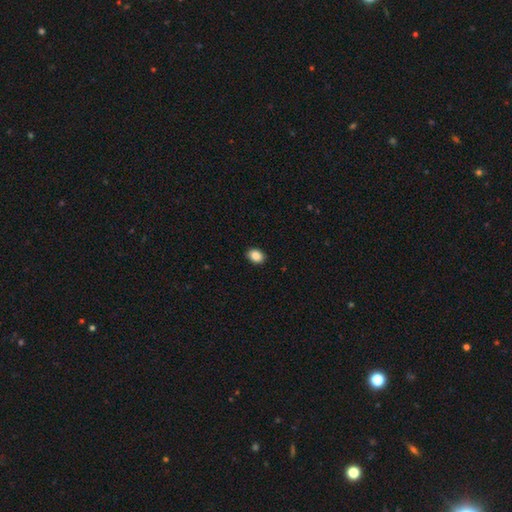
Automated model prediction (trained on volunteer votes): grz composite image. It shows a smooth galaxy with no disk features (87%) that is in between round and cigar-shaped (72%). Merging: none (91%).